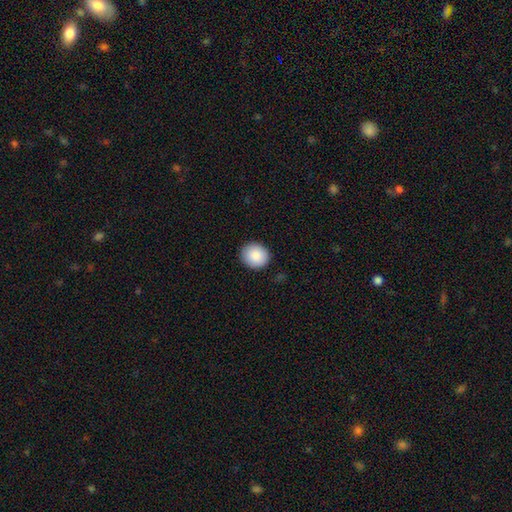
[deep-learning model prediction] A smooth galaxy with no disk features (89%) that is round (81%). Merging: none (90%).